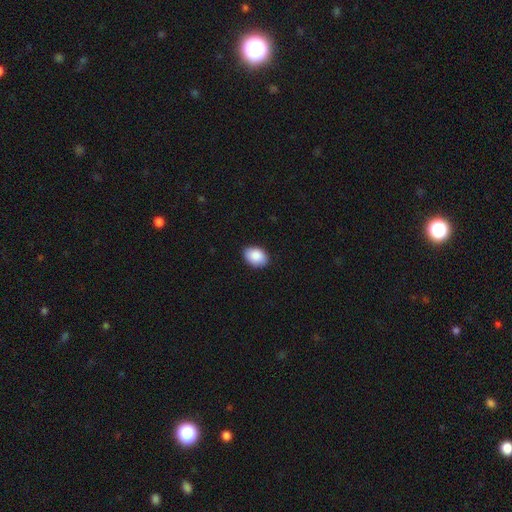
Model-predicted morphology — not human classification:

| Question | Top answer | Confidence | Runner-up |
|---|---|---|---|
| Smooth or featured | smooth | 89% | star or artifact (7%) |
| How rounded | in between | 80% | round (19%) |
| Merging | none | 89% | minor disturbance (8%) |